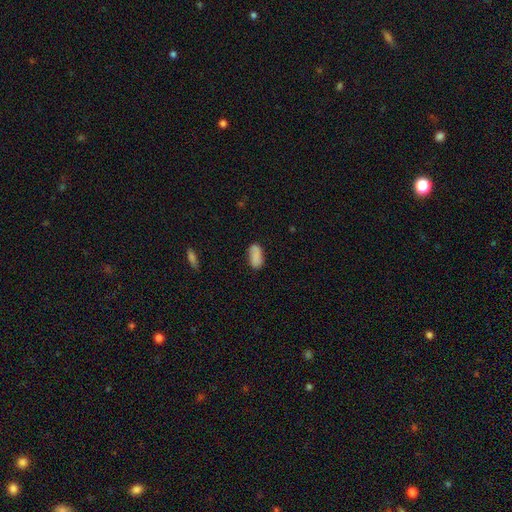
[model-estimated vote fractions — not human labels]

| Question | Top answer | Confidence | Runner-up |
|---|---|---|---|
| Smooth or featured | smooth | 85% | star or artifact (8%) |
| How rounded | in between | 92% | cigar-shaped (5%) |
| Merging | none | 74% | minor disturbance (19%) |